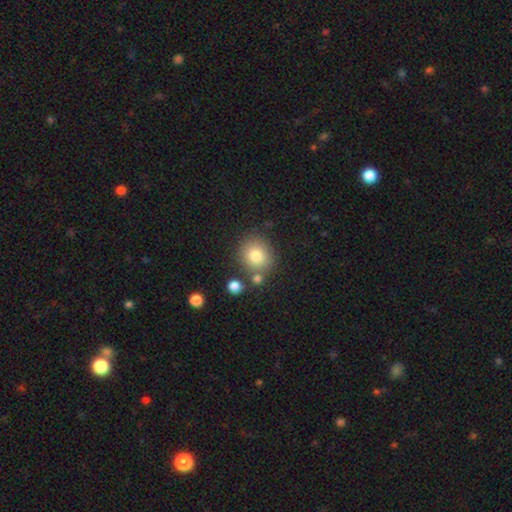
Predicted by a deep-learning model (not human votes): smooth 81%, star or artifact 10%, featured or disk 9%. Down the decision tree: how rounded — round (84%); merging — none (73%).